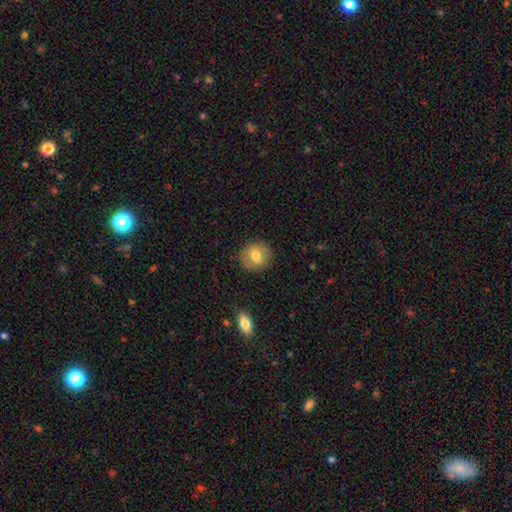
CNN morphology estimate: Smooth or featured? Predicted: smooth (p=0.73). How rounded? Predicted: round (p=0.82). Merging? Predicted: none (p=0.87).